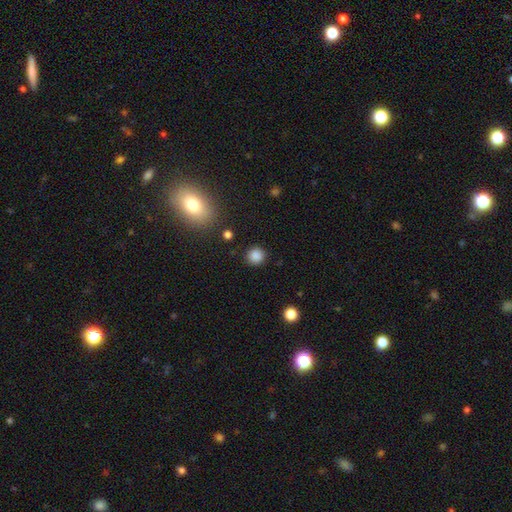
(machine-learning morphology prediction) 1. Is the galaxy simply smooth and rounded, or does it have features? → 85% smooth, 12% star or artifact, 3% featured or disk.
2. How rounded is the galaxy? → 91% round, 8% in between, 1% cigar-shaped.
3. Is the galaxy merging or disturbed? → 89% none, 7% minor disturbance, 2% major disturbance, 2% merger.